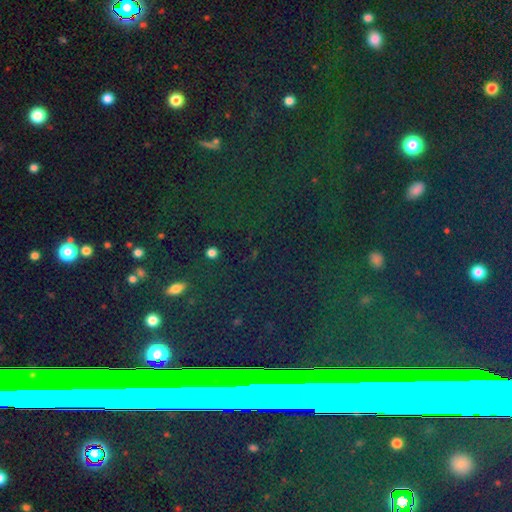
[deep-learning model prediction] Smooth or featured? star or artifact (80%)